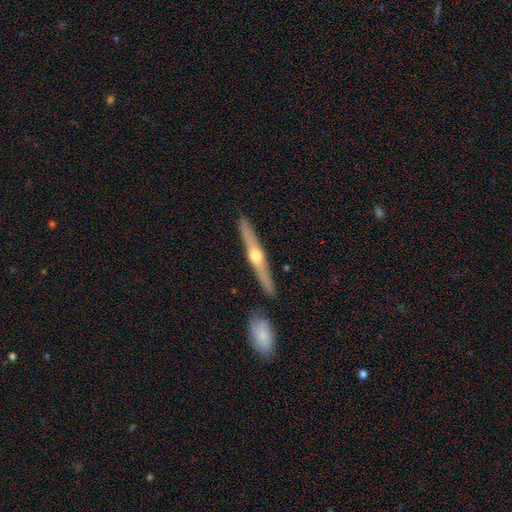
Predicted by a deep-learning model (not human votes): smooth_or_featured: featured or disk (p=0.70) [alt: smooth p=0.25]
disk_edge_on: yes (p=0.97) [alt: no p=0.03]
edge_on_bulge: rounded (p=0.94) [alt: none p=0.04]
merging: none (p=0.89) [alt: minor disturbance p=0.07]